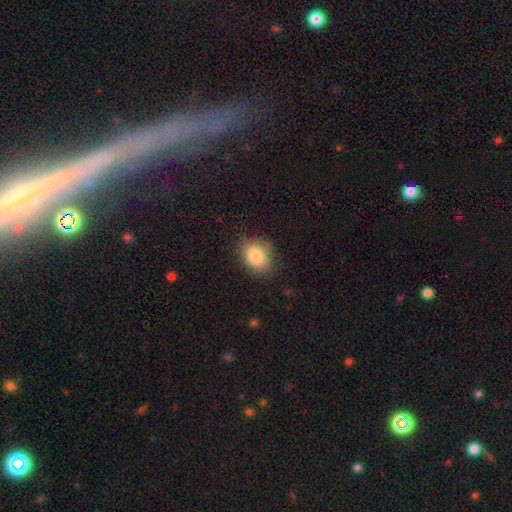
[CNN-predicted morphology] This is clearly a smooth galaxy (84%). How rounded: possibly in between (58%). Merging: likely none (78%).